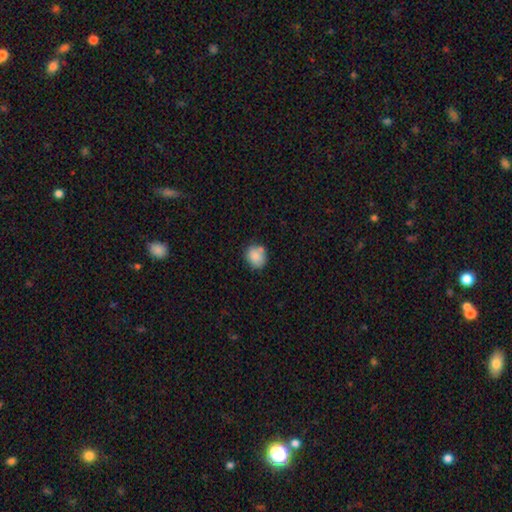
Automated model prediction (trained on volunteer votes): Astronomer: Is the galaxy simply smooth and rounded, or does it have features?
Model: smooth — 84%.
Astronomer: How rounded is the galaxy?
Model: round — 69%.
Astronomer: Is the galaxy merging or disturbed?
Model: none — 68%.